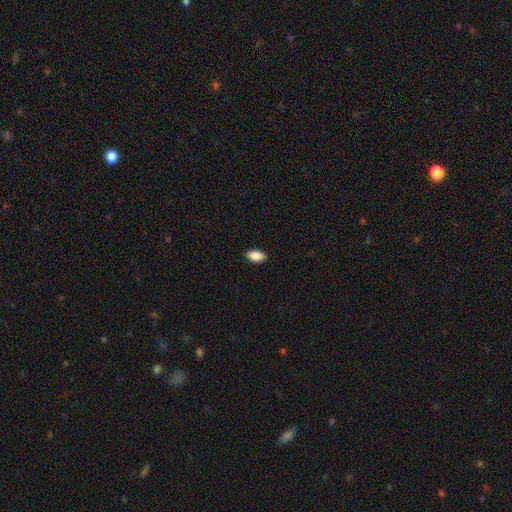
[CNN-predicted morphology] A smooth galaxy with no disk features (89%) that is in between round and cigar-shaped (92%).

Vote fractions:
- Smooth or featured? smooth: 89% / star or artifact: 7% / featured or disk: 4%
- How rounded? in between: 92% / round: 5% / cigar-shaped: 2%
- Merging? none: 89% / minor disturbance: 9% / major disturbance: 2% / merger: 1%